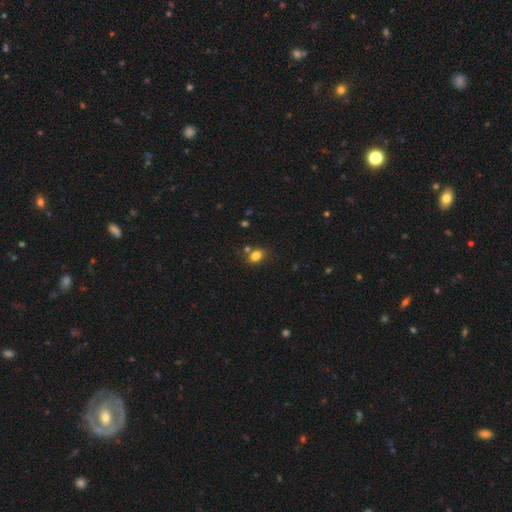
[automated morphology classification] Smooth or featured?
  - smooth: 82% *
  - star or artifact: 11%
  - featured or disk: 7%
How rounded?
  - in between: 70% *
  - round: 29%
  - cigar-shaped: 1%
Merging?
  - none: 68% *
  - merger: 14%
  - minor disturbance: 14%
  - major disturbance: 4%